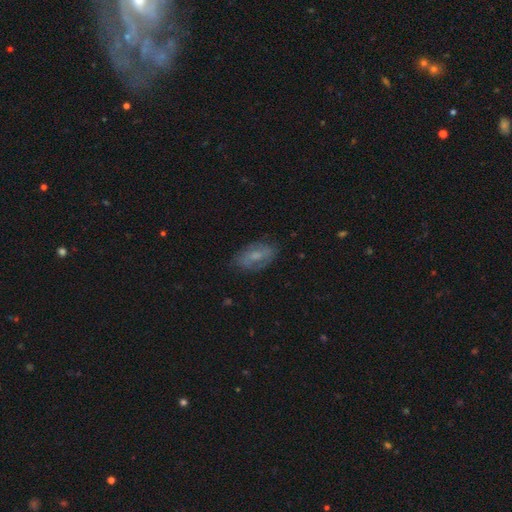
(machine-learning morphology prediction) A smooth galaxy with no disk features (48%).

Vote fractions:
- Smooth or featured? smooth: 48% / featured or disk: 42% / star or artifact: 9%
- Merging? none: 74% / minor disturbance: 19% / major disturbance: 6% / merger: 1%